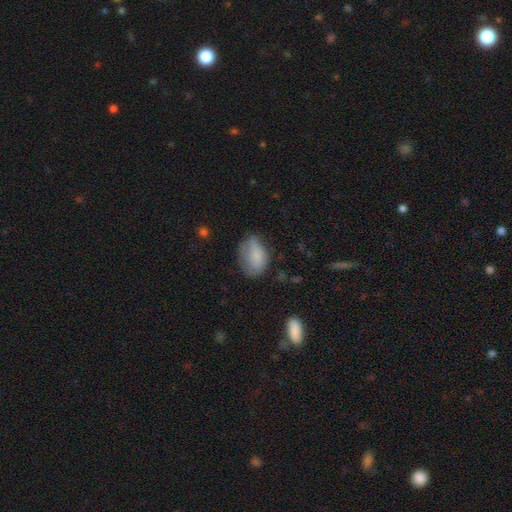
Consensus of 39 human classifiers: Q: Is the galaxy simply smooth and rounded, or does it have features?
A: smooth — 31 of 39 (79%).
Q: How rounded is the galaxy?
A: in between — 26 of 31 (84%).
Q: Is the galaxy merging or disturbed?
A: minor disturbance — 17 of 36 (47%).